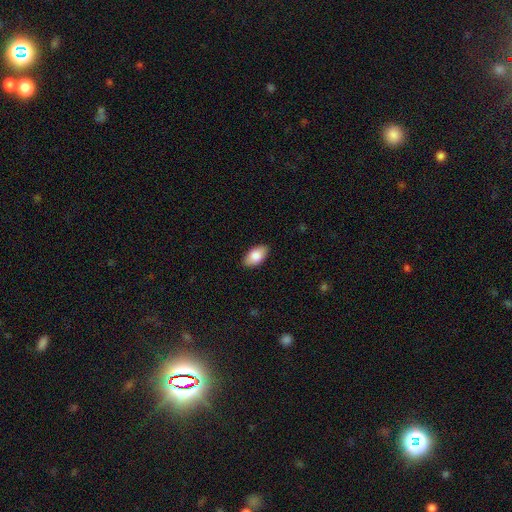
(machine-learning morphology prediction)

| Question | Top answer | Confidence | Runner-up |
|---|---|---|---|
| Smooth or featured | smooth | 85% | featured or disk (9%) |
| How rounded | in between | 94% | round (4%) |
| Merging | none | 88% | minor disturbance (9%) |